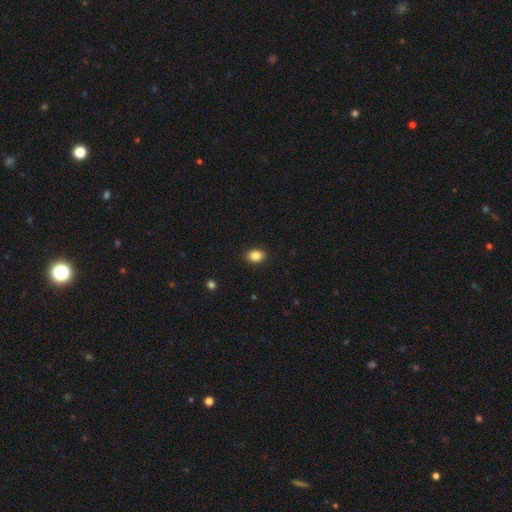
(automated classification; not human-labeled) A smooth galaxy with no disk features (86%) that is in between round and cigar-shaped (68%).

Vote fractions:
- Smooth or featured? smooth: 86% / star or artifact: 9% / featured or disk: 4%
- How rounded? in between: 68% / round: 31% / cigar-shaped: 1%
- Merging? none: 90% / minor disturbance: 7% / major disturbance: 2% / merger: 1%